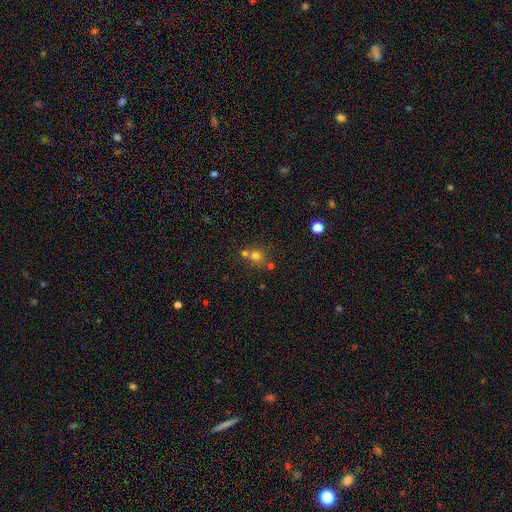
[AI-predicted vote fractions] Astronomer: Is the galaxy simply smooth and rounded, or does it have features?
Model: smooth — 73%.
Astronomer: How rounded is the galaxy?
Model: round — 90%.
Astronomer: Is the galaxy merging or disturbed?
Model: none — 59%.